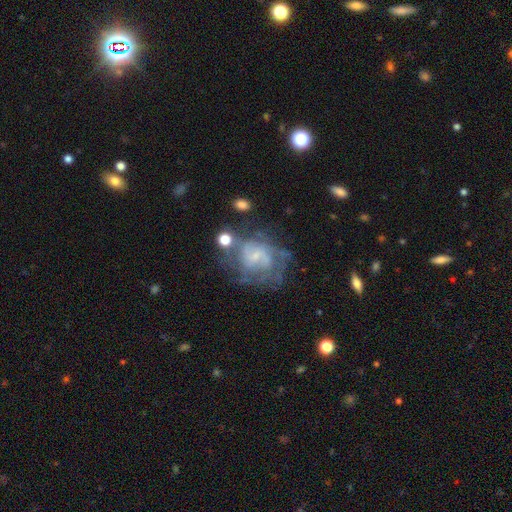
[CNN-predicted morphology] Q: Smooth or featured?
A: featured or disk (73%); runner-up: smooth (17%)
Q: Edge-on disk?
A: no (97%); runner-up: yes (3%)
Q: Bar?
A: no (54%); runner-up: weak (39%)
Q: Spiral arms?
A: yes (77%); runner-up: no (23%)
Q: Spiral winding?
A: tight (47%); runner-up: medium (37%)
Q: Spiral arm count?
A: can't tell (51%); runner-up: 2 (17%)
Q: Bulge size?
A: small (64%); runner-up: moderate (18%)
Q: Merging?
A: none (51%); runner-up: major disturbance (21%)